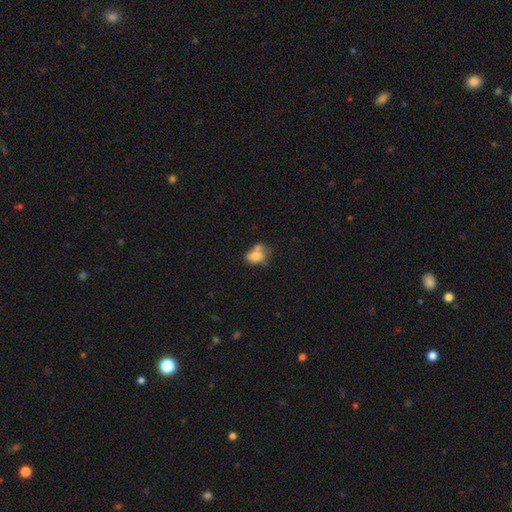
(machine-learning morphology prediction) smooth_or_featured: smooth (p=0.69) [alt: featured or disk p=0.21]
how_rounded: in between (p=0.66) [alt: round p=0.33]
merging: merger (p=0.39) [alt: none p=0.28]